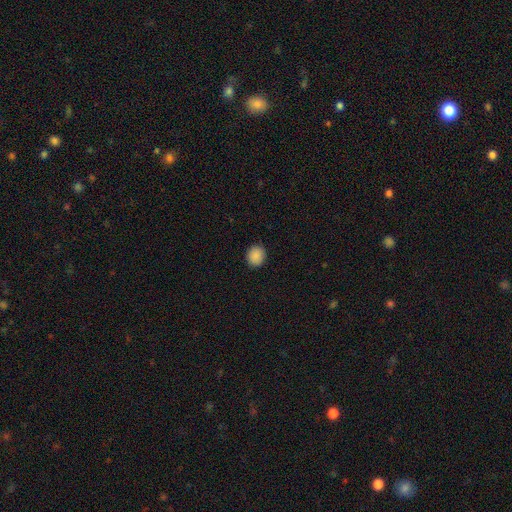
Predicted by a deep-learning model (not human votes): Q: Smooth or featured?
A: smooth (89%); runner-up: star or artifact (8%)
Q: How rounded?
A: round (75%); runner-up: in between (24%)
Q: Merging?
A: none (90%); runner-up: minor disturbance (7%)